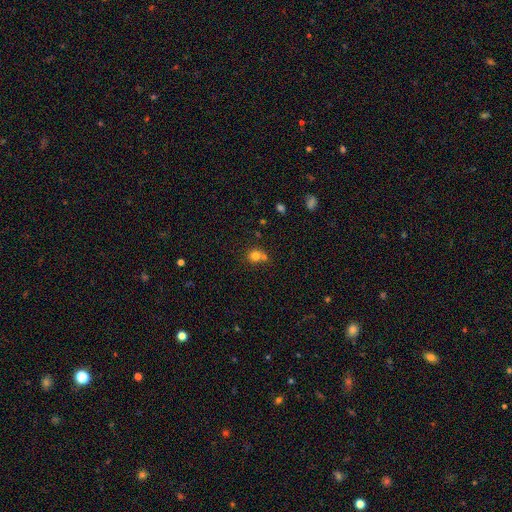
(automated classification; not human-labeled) smooth 77%, star or artifact 13%, featured or disk 9%. Down the decision tree: how rounded — round (84%); merging — none (52%).